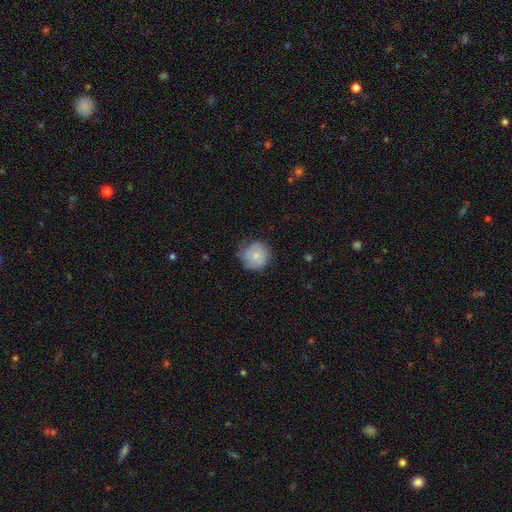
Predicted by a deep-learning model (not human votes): Smooth or featured: smooth — 79% (featured or disk — 14%)
How rounded: round — 92% (in between — 7%)
Merging: none — 67% (minor disturbance — 26%)